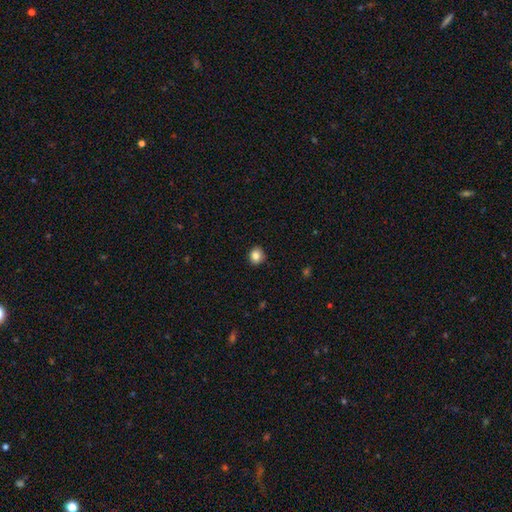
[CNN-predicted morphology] This is clearly a smooth galaxy (85%). How rounded: clearly round (80%). Merging: clearly none (89%).